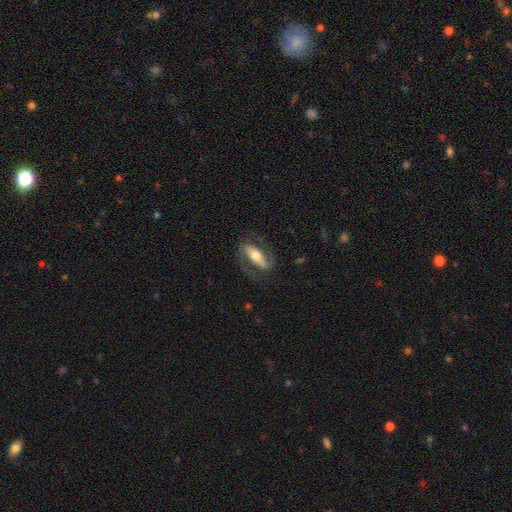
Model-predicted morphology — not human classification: Smooth or featured? featured or disk (76%)
Edge-on disk? no (84%)
Bar? strong (58%)
Spiral arms? yes (87%)
Spiral winding? medium (47%)
Spiral arm count? 2 (88%)
Bulge size? moderate (65%)
Merging? none (73%)